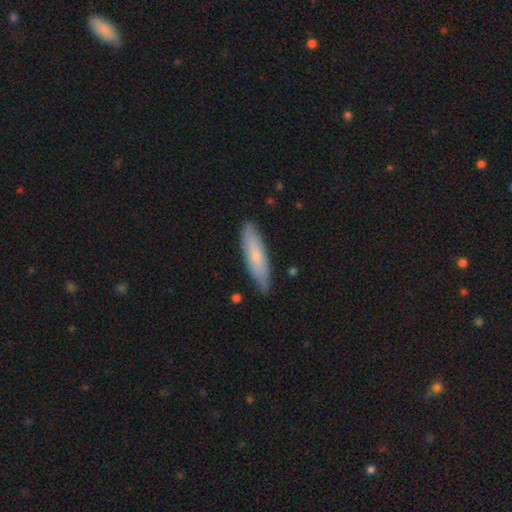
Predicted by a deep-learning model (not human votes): A smooth galaxy with no disk features (72%) that is cigar-shaped (74%). Merging: none (85%).